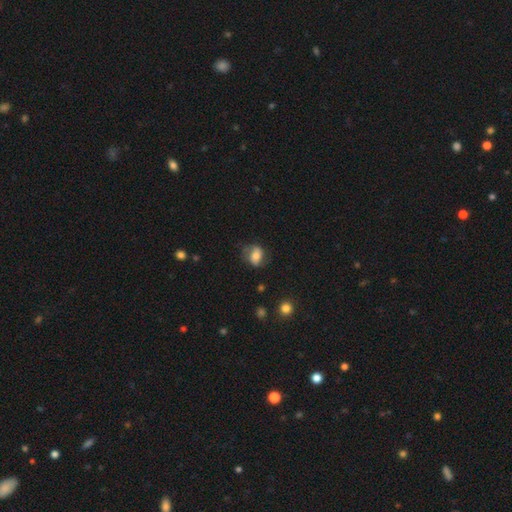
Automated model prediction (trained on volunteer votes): Smooth or featured? Predicted: smooth (p=0.52). How rounded? Predicted: in between (p=0.59). Merging? Predicted: none (p=0.64).